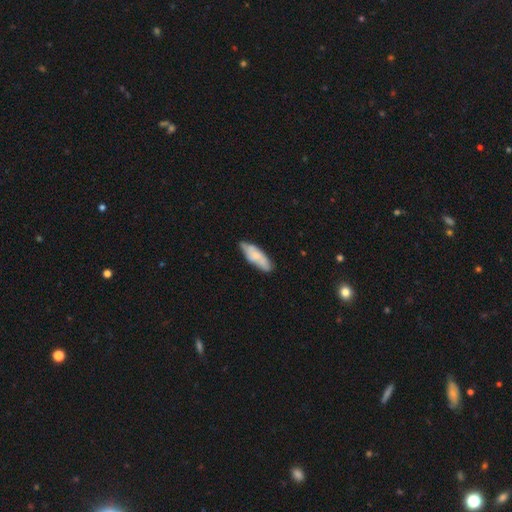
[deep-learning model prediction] smooth_or_featured: smooth (p=0.63) [alt: featured or disk p=0.31]
how_rounded: in between (p=0.62) [alt: cigar-shaped p=0.36]
merging: none (p=0.69) [alt: minor disturbance p=0.25]